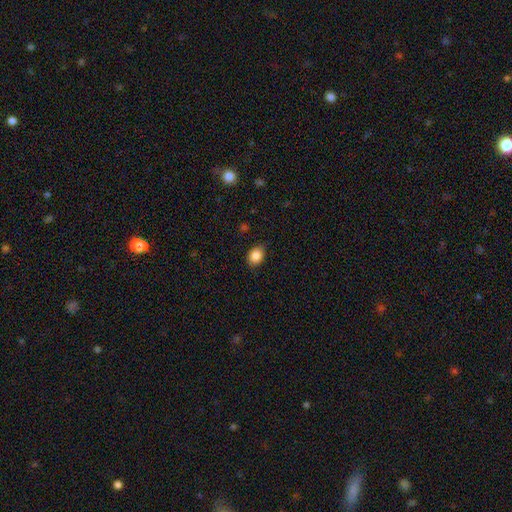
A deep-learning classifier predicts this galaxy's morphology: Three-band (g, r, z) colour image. It shows a smooth galaxy with no disk features (86%) that is in between round and cigar-shaped (56%). Merging: none (84%).